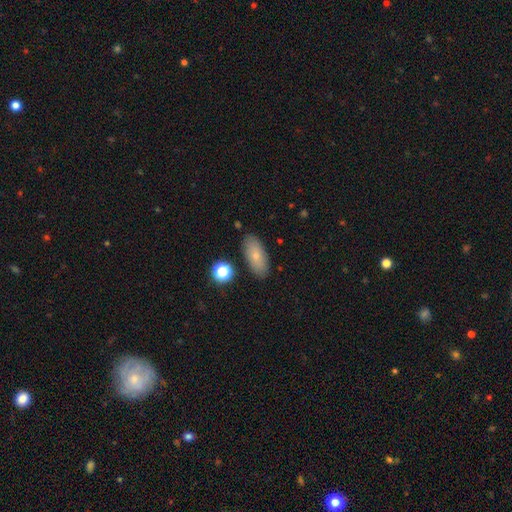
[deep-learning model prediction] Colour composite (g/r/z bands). It shows a smooth galaxy with no disk features (76%) that is in between round and cigar-shaped (84%). Merging: none (86%).